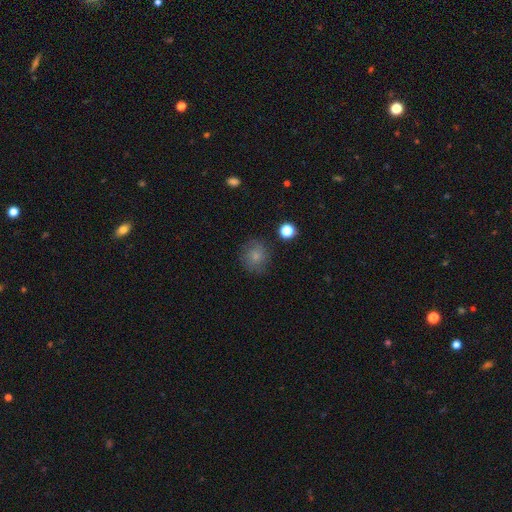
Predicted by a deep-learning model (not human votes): Smooth or featured? smooth (73%)
How rounded? round (83%)
Merging? none (76%)